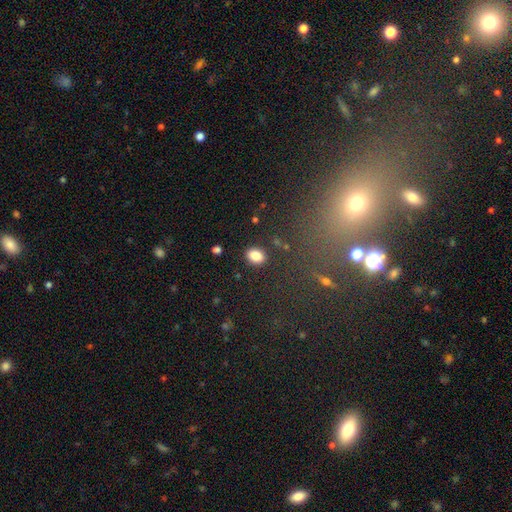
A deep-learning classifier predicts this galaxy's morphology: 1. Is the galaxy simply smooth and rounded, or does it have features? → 85% smooth, 10% star or artifact, 6% featured or disk.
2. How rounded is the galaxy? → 72% in between, 26% round, 1% cigar-shaped.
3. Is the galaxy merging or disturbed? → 85% none, 10% minor disturbance, 3% major disturbance, 2% merger.